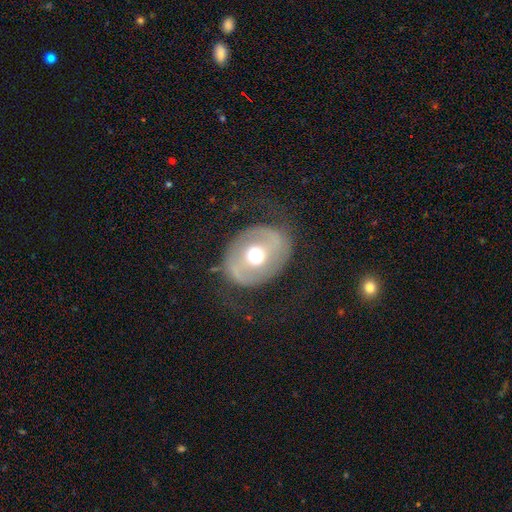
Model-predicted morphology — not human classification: featured or disk 65%, smooth 28%, star or artifact 8%. Down the decision tree: edge-on disk — no (95%); bar — no (43%); spiral arms — yes (54%); bulge size — moderate (64%); merging — none (69%).